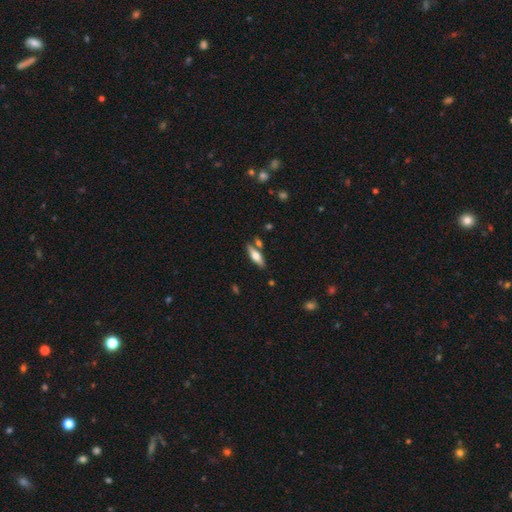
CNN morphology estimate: This appears to be a smooth galaxy with no disk features (52%) that is cigar-shaped (52%). Merging: none (77%).